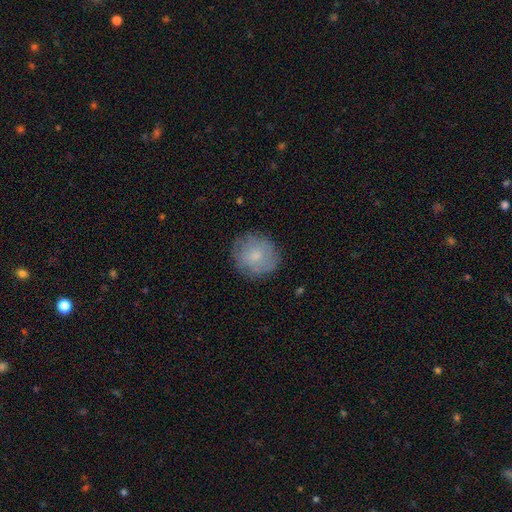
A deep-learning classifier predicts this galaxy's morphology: smooth-or-featured: smooth: 69% | featured or disk: 24% | star or artifact: 7%
  how-rounded: round: 88% | in between: 11% | cigar-shaped: 1%
  merging: none: 81% | minor disturbance: 14% | major disturbance: 4% | merger: 1%